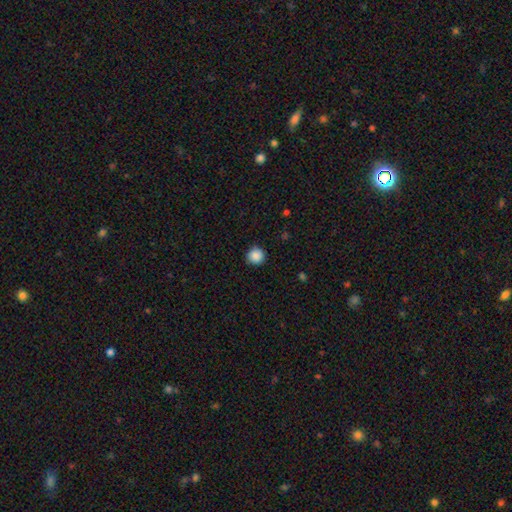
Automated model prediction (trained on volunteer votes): smooth 88%, star or artifact 9%, featured or disk 3%. Down the decision tree: how rounded — round (95%); merging — none (92%).